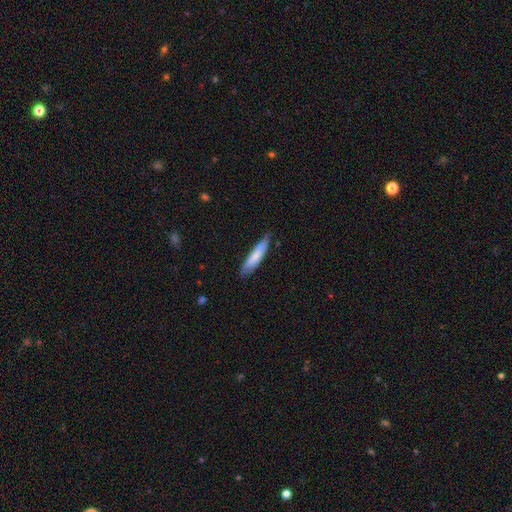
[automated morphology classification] Smooth or featured? Predicted: smooth (p=0.72). How rounded? Predicted: cigar-shaped (p=0.81). Merging? Predicted: none (p=0.76).